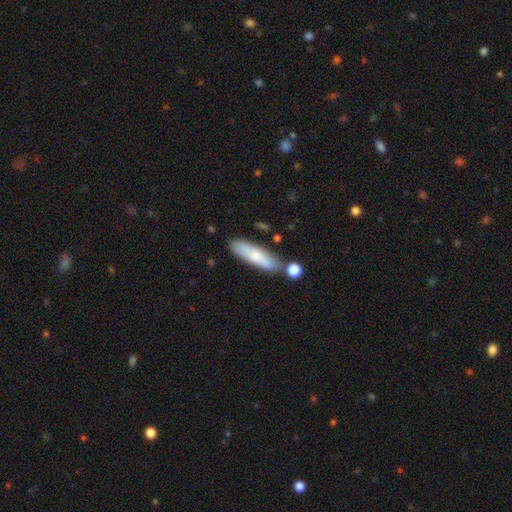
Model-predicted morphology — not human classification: type=smooth (70%); roundness=cigar-shaped (69%); merging=none (72%).